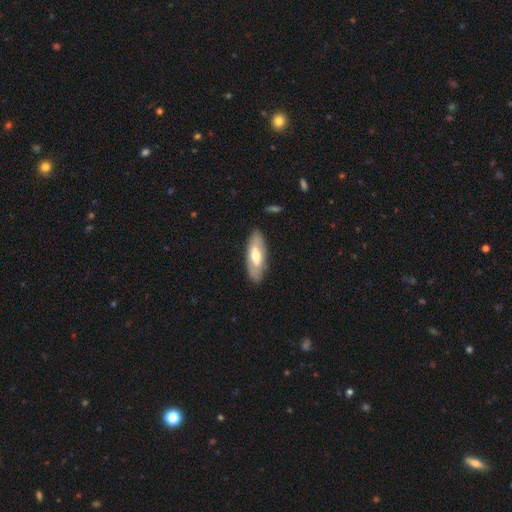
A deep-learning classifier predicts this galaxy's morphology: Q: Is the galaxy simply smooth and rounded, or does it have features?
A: smooth — 53%.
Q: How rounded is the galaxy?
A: in between — 71%.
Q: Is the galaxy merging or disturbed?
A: none — 83%.